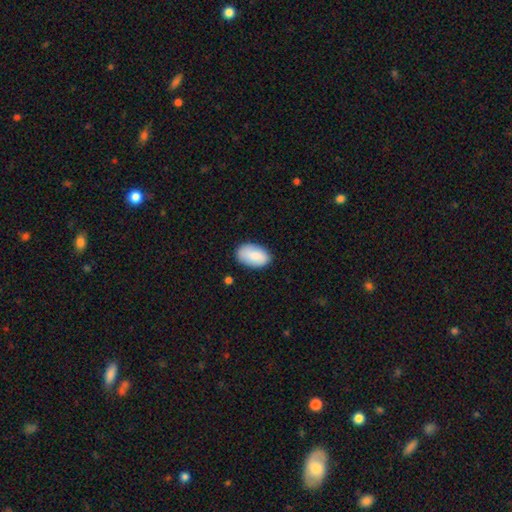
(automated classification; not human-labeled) Smooth or featured?
  - smooth: 86% *
  - featured or disk: 8%
  - star or artifact: 6%
How rounded?
  - in between: 94% *
  - round: 5%
  - cigar-shaped: 1%
Merging?
  - none: 82% *
  - minor disturbance: 14%
  - major disturbance: 3%
  - merger: 1%